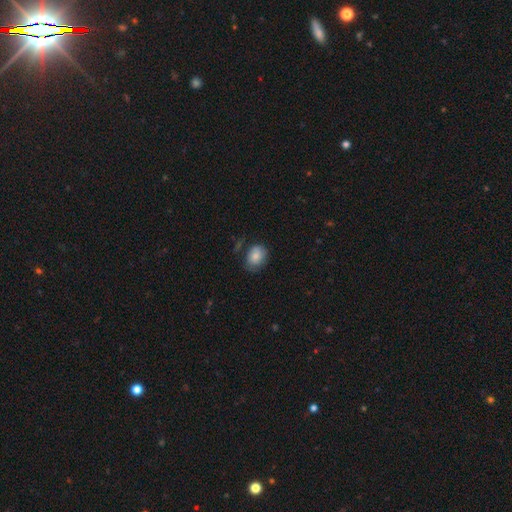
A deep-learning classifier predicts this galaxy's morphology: smooth-or-featured: smooth: 81% | featured or disk: 11% | star or artifact: 8%
  how-rounded: in between: 57% | round: 42% | cigar-shaped: 1%
  merging: none: 64% | minor disturbance: 26% | major disturbance: 8% | merger: 3%